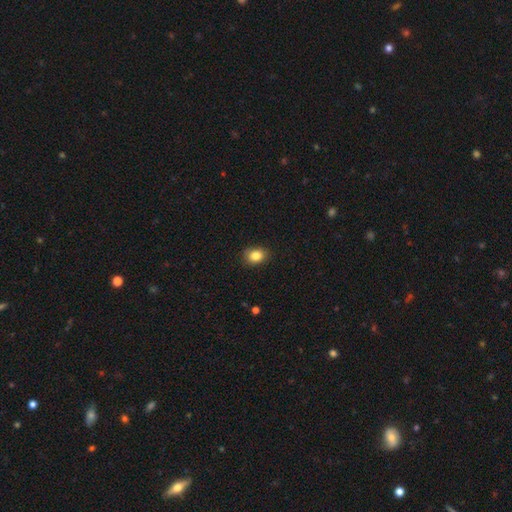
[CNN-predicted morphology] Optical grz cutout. It shows a smooth galaxy with no disk features (84%) that is in between round and cigar-shaped (58%). Merging: none (87%).